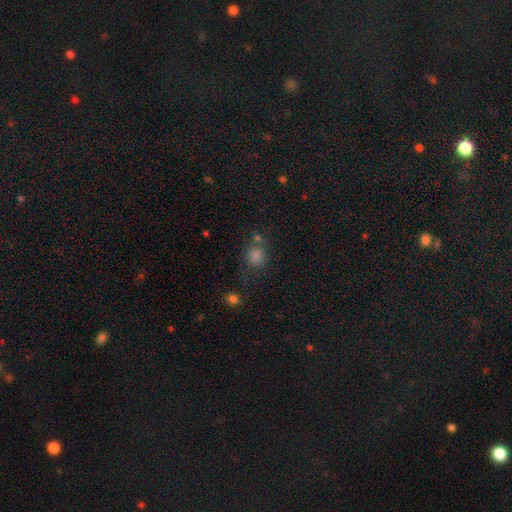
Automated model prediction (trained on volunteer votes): Smooth or featured? smooth (74%)
How rounded? round (78%)
Merging? none (68%)